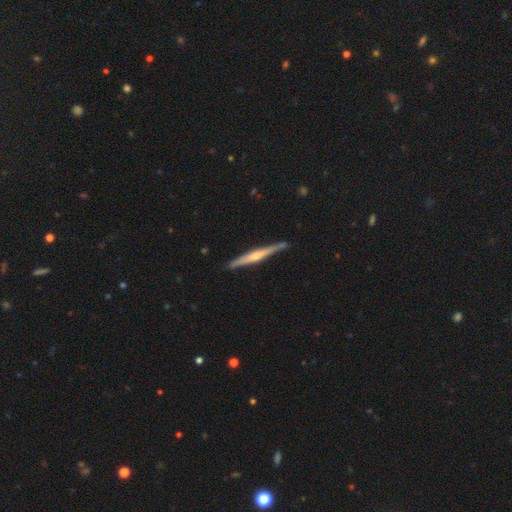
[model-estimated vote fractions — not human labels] Smooth or featured: featured or disk — 71% (smooth — 23%)
Edge-on disk: yes — 98% (no — 2%)
Edge-on bulge: rounded — 76% (none — 14%)
Merging: none — 87% (minor disturbance — 10%)